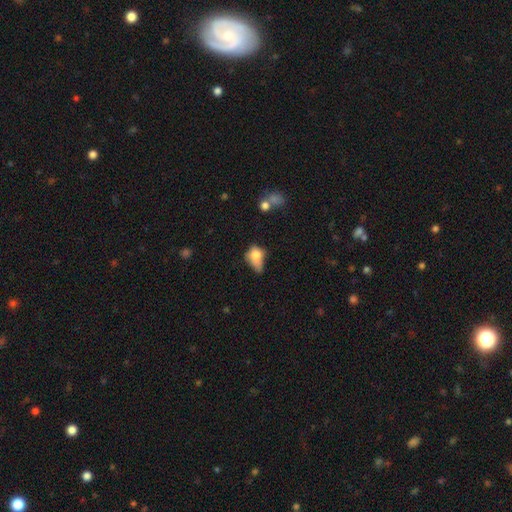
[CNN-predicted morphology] Smooth or featured? Predicted: smooth (p=0.70). How rounded? Predicted: in between (p=0.72). Merging? Predicted: minor disturbance (p=0.35).